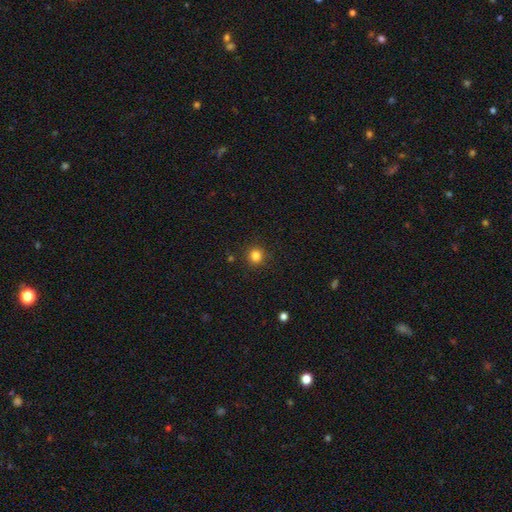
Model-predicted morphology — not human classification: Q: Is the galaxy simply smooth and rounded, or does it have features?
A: smooth — 82%.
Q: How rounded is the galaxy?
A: round — 93%.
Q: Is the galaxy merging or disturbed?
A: none — 90%.